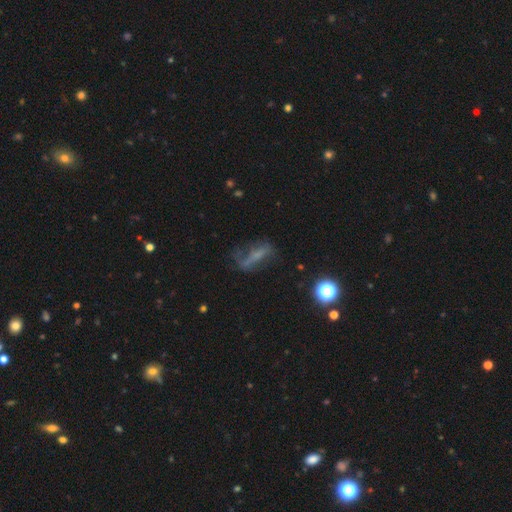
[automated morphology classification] A featured or disk galaxy (43%).

Vote fractions:
- Smooth or featured? featured or disk: 43% / smooth: 37% / star or artifact: 20%
- Merging? none: 45% / major disturbance: 27% / minor disturbance: 23% / merger: 5%